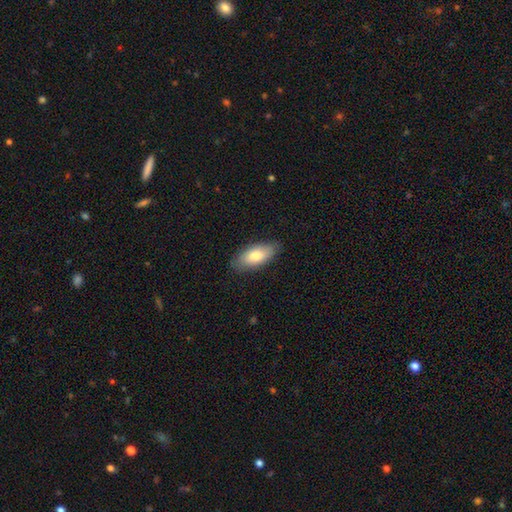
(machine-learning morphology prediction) Overall: smooth (77%). How rounded: in between (88%). Merging: none (84%).